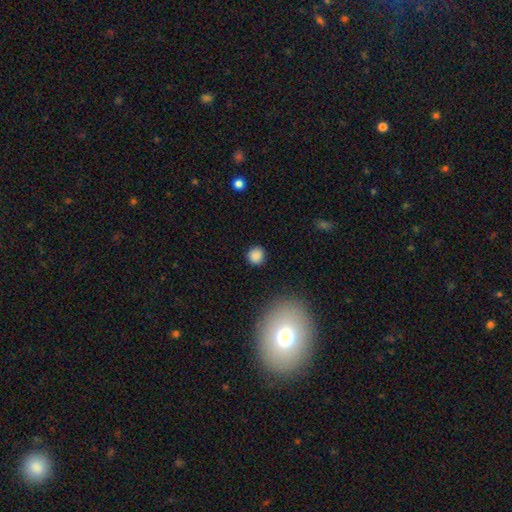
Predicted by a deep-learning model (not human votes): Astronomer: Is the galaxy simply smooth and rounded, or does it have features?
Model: smooth — 85%.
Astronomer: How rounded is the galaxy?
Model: round — 91%.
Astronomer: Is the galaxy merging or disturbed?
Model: none — 88%.